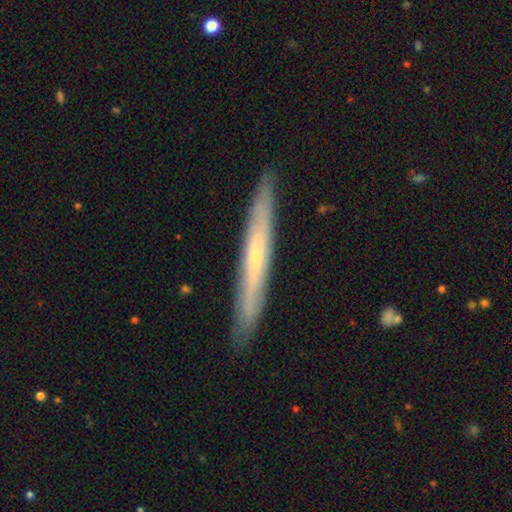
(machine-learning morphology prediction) smooth_or_featured: featured or disk (p=0.58) [alt: smooth p=0.36]
disk_edge_on: yes (p=0.88) [alt: no p=0.12]
edge_on_bulge: none (p=0.62) [alt: rounded p=0.33]
merging: none (p=0.89) [alt: minor disturbance p=0.09]